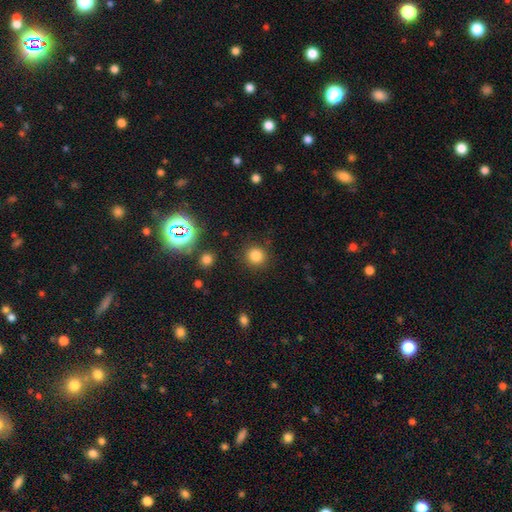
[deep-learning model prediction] Smooth or featured? smooth (81%)
How rounded? round (92%)
Merging? none (88%)